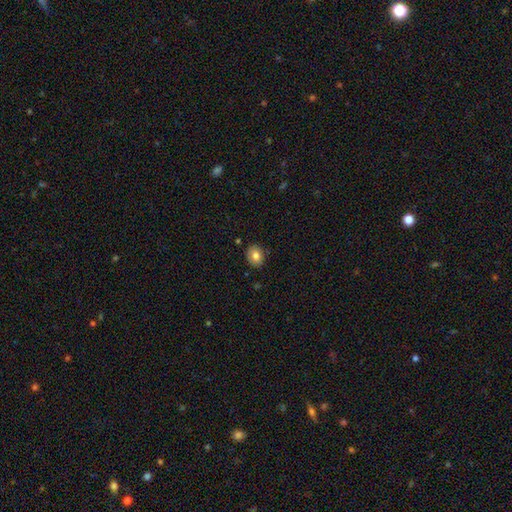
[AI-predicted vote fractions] smooth_or_featured: smooth (p=0.80) [alt: featured or disk p=0.11]
how_rounded: round (p=0.56) [alt: in between p=0.43]
merging: none (p=0.86) [alt: minor disturbance p=0.11]